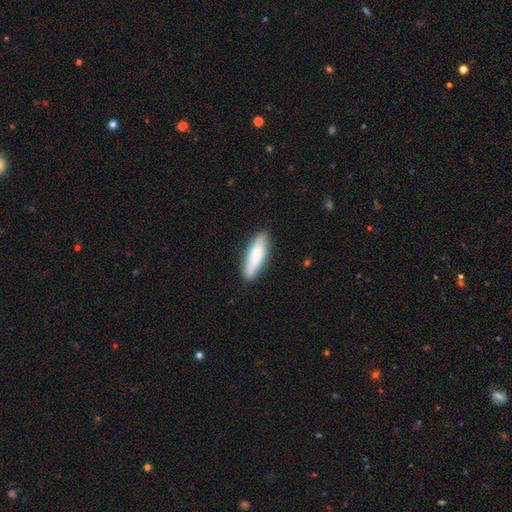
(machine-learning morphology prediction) This is likely a smooth galaxy (78%). How rounded: likely cigar-shaped (61%). Merging: clearly none (86%).